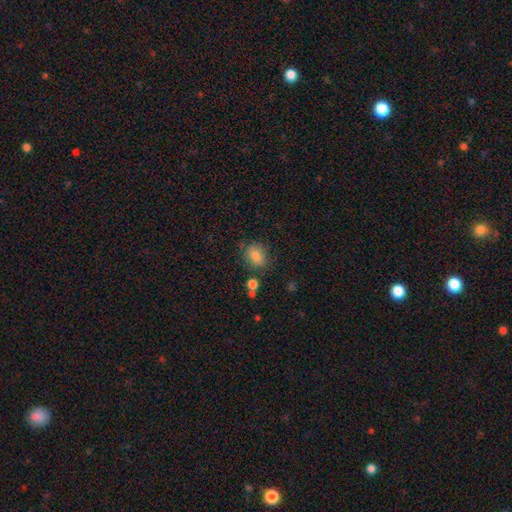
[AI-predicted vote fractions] This is likely a smooth galaxy (80%). How rounded: possibly in between (58%). Merging: likely none (75%).